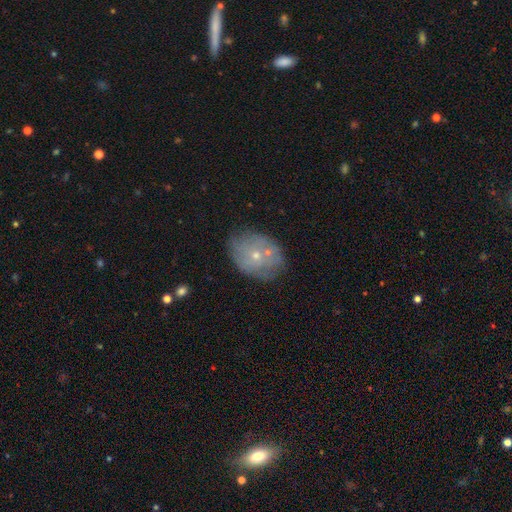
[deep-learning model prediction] Smooth or featured? smooth (48%)
Merging? none (67%)